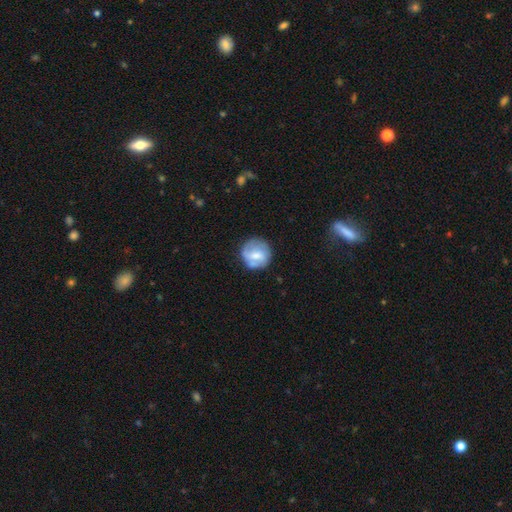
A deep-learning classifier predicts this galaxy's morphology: Smooth or featured? Predicted: smooth (p=0.52). How rounded? Predicted: round (p=0.87). Merging? Predicted: none (p=0.65).